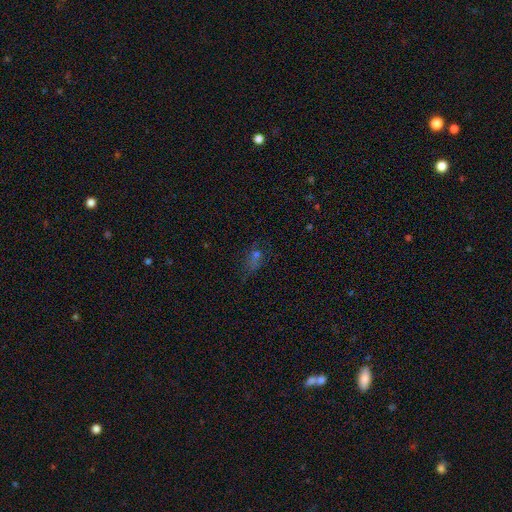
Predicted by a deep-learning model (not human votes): The model was most divided on "smooth or featured": smooth: 43%, star or artifact: 37%, featured or disk: 19%. More confident: merging — none (52%).